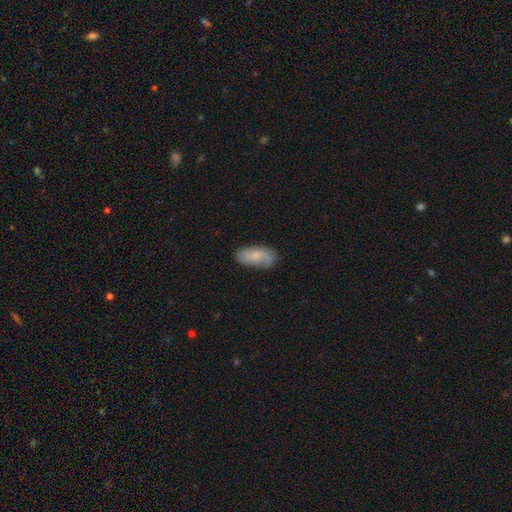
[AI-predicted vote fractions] The model was most divided on "smooth or featured": smooth: 60%, featured or disk: 33%, star or artifact: 7%. More confident: how rounded — in between (90%); merging — none (69%).